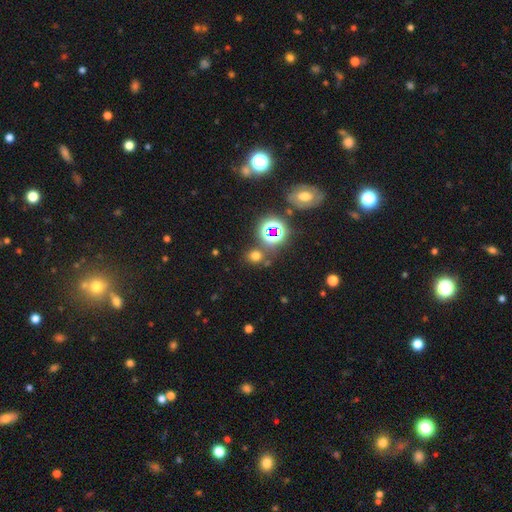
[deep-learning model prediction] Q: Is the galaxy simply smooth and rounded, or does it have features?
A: smooth — 59%.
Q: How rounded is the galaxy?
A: round — 74%.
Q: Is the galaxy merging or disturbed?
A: none — 76%.